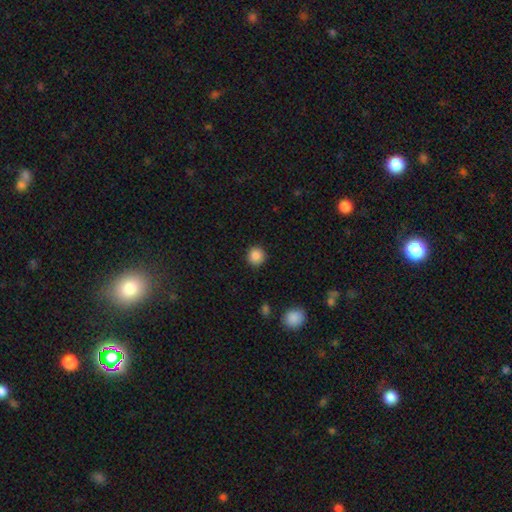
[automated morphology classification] Smooth or featured: smooth — 87% (star or artifact — 10%)
How rounded: round — 92% (in between — 7%)
Merging: none — 91% (minor disturbance — 6%)